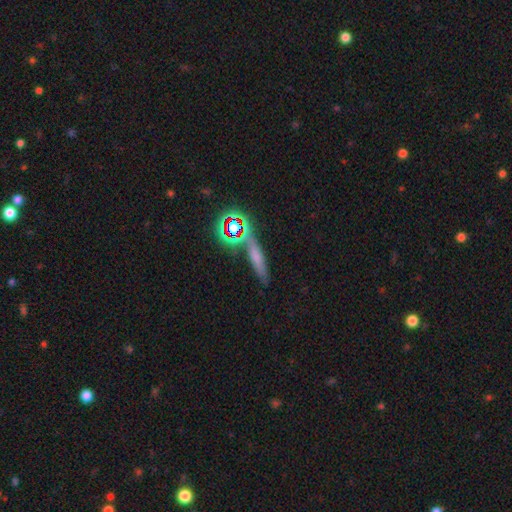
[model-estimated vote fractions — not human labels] A smooth galaxy with no disk features (51%) that is cigar-shaped (76%). Merging: none (69%).